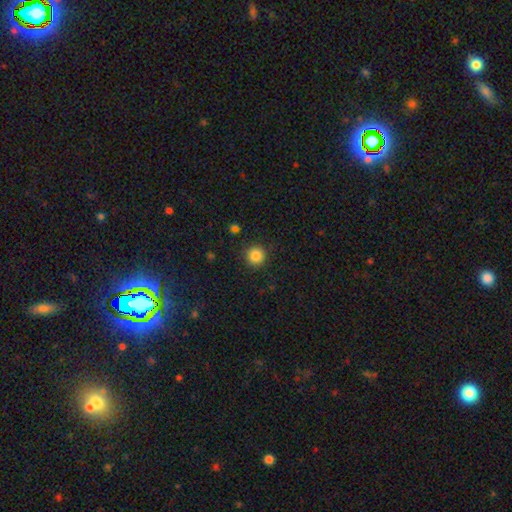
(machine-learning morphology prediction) type=smooth (85%); roundness=round (94%); merging=none (90%).